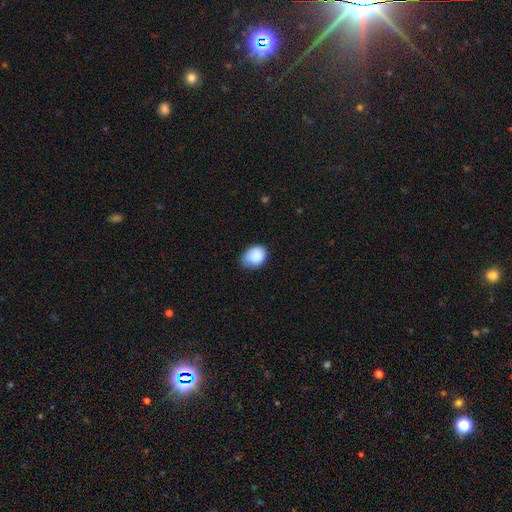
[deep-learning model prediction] Overall: smooth (88%). How rounded: in between (62%; round 37%). Merging: none (57%; minor disturbance 36%).